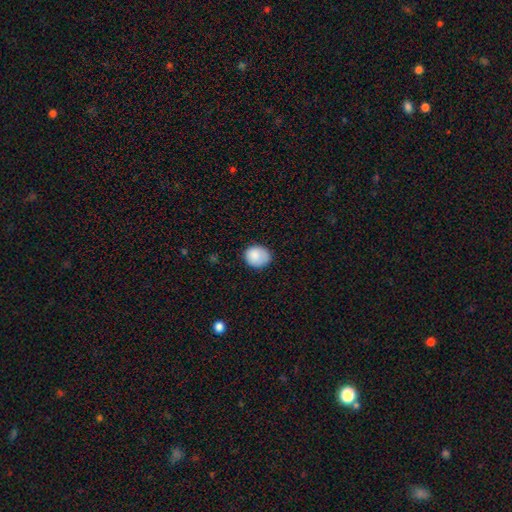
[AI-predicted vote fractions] smooth_or_featured: smooth (p=0.86) [alt: star or artifact p=0.08]
how_rounded: round (p=0.64) [alt: in between p=0.35]
merging: none (p=0.72) [alt: minor disturbance p=0.22]